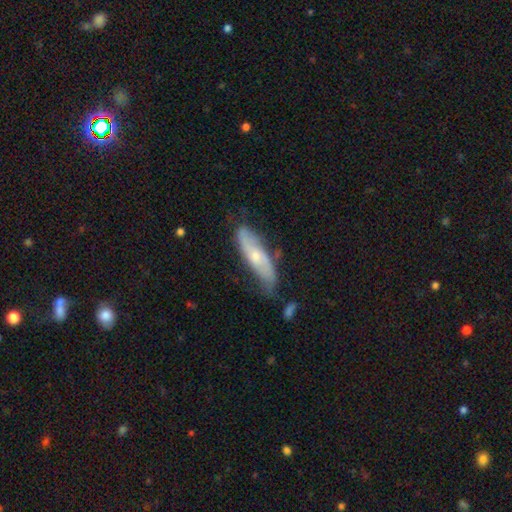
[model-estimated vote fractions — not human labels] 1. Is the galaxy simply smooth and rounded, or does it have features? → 55% featured or disk, 39% smooth, 6% star or artifact.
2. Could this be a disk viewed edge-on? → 70% no, 30% yes.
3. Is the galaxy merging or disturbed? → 60% none, 28% minor disturbance, 8% major disturbance, 4% merger.